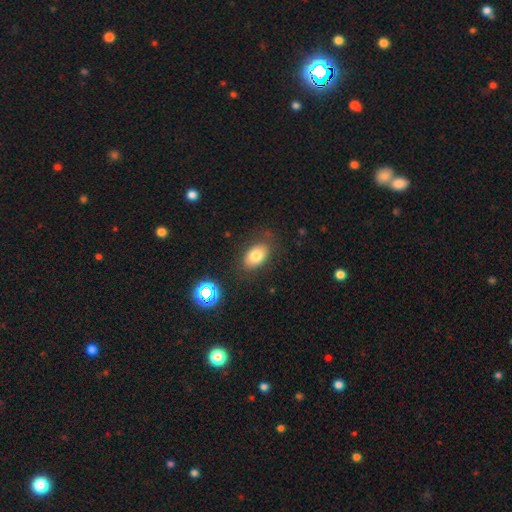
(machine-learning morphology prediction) This appears to be a smooth galaxy with no disk features (77%) that is in between round and cigar-shaped (84%). Merging: none (79%).